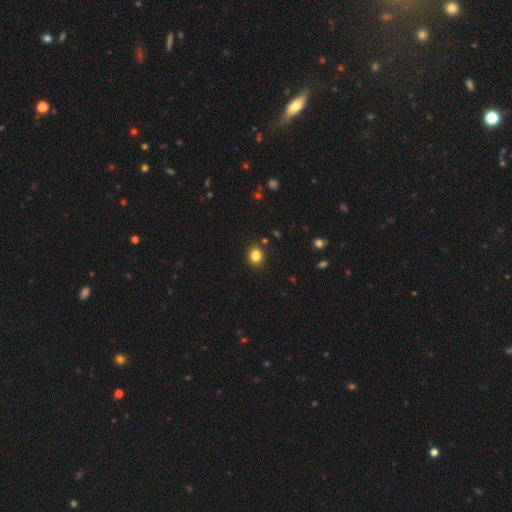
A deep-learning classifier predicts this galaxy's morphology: Q: Smooth or featured?
A: smooth (84%); runner-up: star or artifact (11%)
Q: How rounded?
A: round (57%); runner-up: in between (42%)
Q: Merging?
A: none (88%); runner-up: minor disturbance (8%)